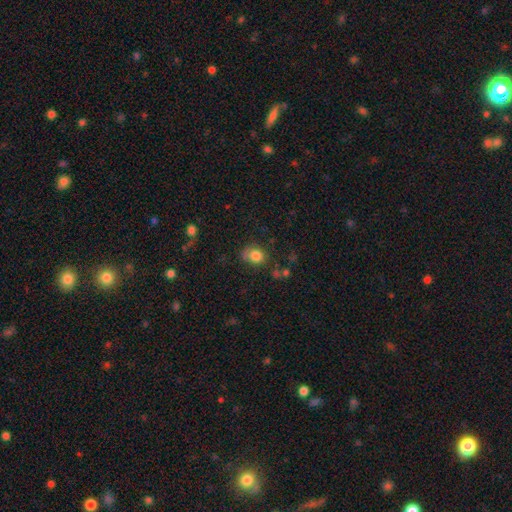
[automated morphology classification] A smooth galaxy with no disk features (82%) that is round (57%).

Vote fractions:
- Smooth or featured? smooth: 82% / star or artifact: 10% / featured or disk: 8%
- How rounded? round: 57% / in between: 42% / cigar-shaped: 1%
- Merging? none: 58% / minor disturbance: 27% / major disturbance: 10% / merger: 6%